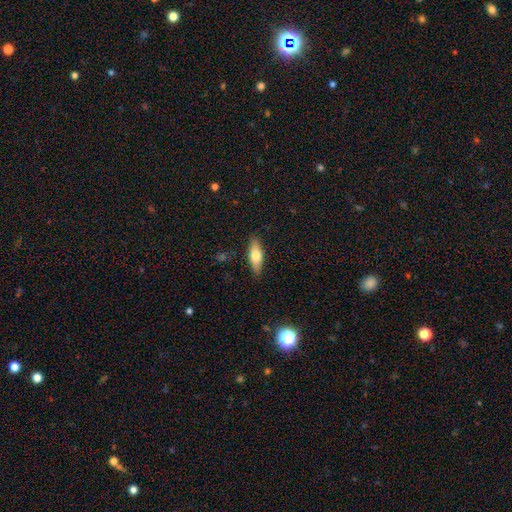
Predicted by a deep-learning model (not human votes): This is likely a smooth galaxy (62%). How rounded: possibly in between (58%). Merging: clearly none (87%).